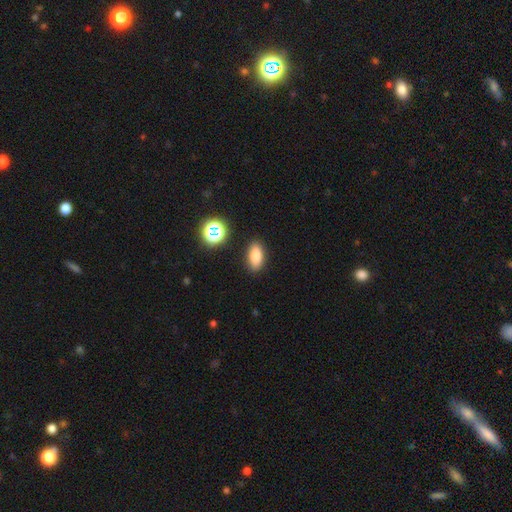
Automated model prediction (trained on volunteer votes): Q: Smooth or featured?
A: smooth (81%); runner-up: star or artifact (12%)
Q: How rounded?
A: in between (86%); runner-up: cigar-shaped (8%)
Q: Merging?
A: none (88%); runner-up: minor disturbance (7%)